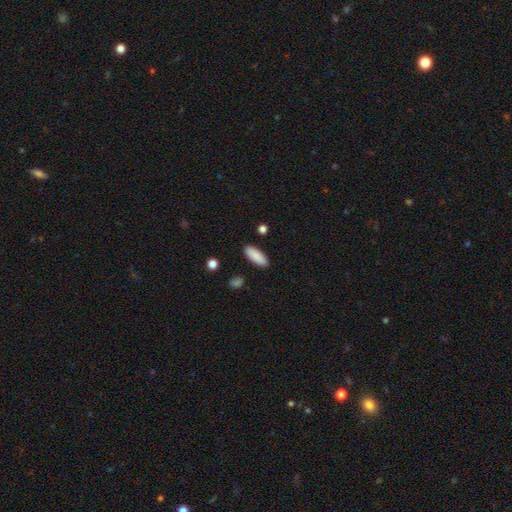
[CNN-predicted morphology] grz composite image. It shows a smooth galaxy with no disk features (89%) that is in between round and cigar-shaped (65%). Merging: none (90%).